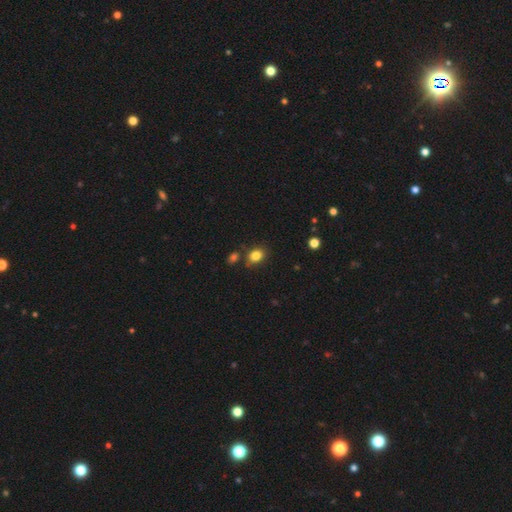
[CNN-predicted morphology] Q: Smooth or featured?
A: smooth (83%); runner-up: star or artifact (11%)
Q: How rounded?
A: in between (63%); runner-up: round (36%)
Q: Merging?
A: none (75%); runner-up: minor disturbance (13%)